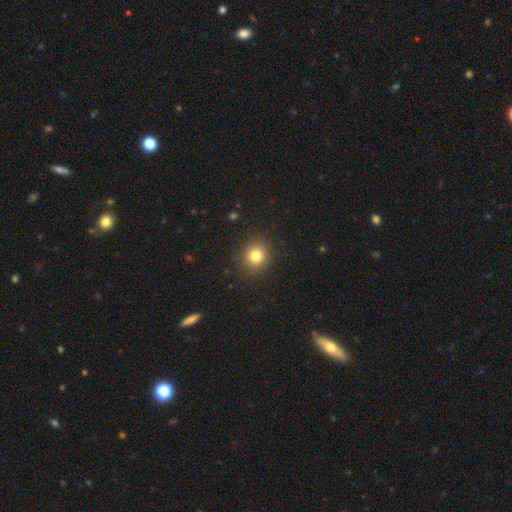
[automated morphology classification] Overall: smooth (81%). How rounded: round (85%). Merging: none (90%).